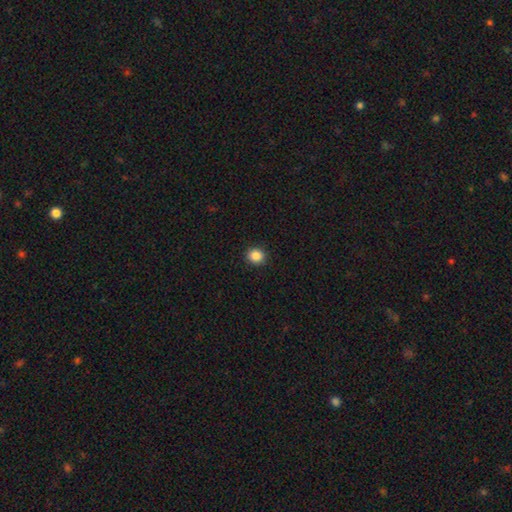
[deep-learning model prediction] Smooth or featured: smooth — 86% (star or artifact — 10%)
How rounded: round — 85% (in between — 15%)
Merging: none — 92% (minor disturbance — 5%)